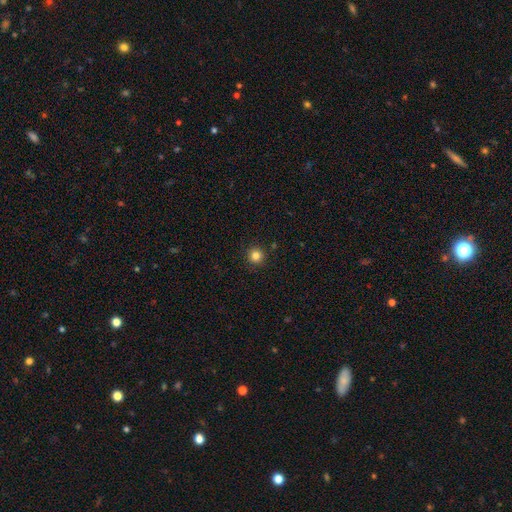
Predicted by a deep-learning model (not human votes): Overall: smooth (83%). How rounded: round (96%). Merging: none (92%).